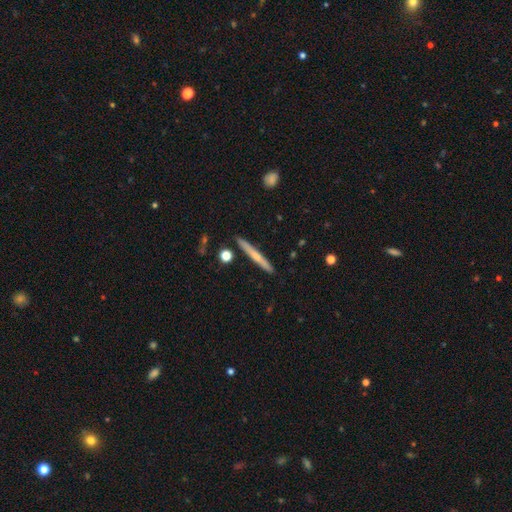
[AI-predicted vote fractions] Q: Smooth or featured?
A: featured or disk (48%); runner-up: smooth (46%)
Q: Merging?
A: none (90%); runner-up: minor disturbance (7%)